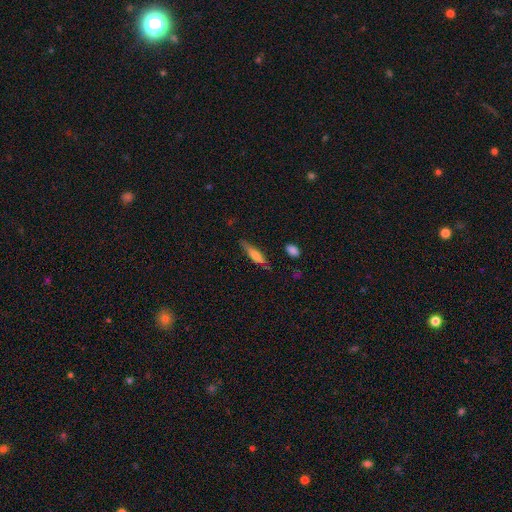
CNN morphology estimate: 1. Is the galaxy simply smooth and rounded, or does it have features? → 61% smooth, 32% featured or disk, 7% star or artifact.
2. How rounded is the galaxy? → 73% cigar-shaped, 25% in between, 2% round.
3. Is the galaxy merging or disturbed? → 68% none, 24% minor disturbance, 6% major disturbance, 3% merger.